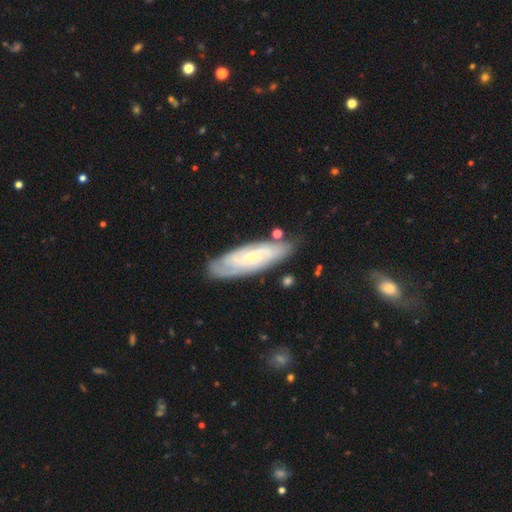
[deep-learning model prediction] Morphology: type=featured or disk (67%); edge-on=no (77%); bar=no (64%); spiral arms=yes (85%); bulge=small (71%); merging=none (77%).